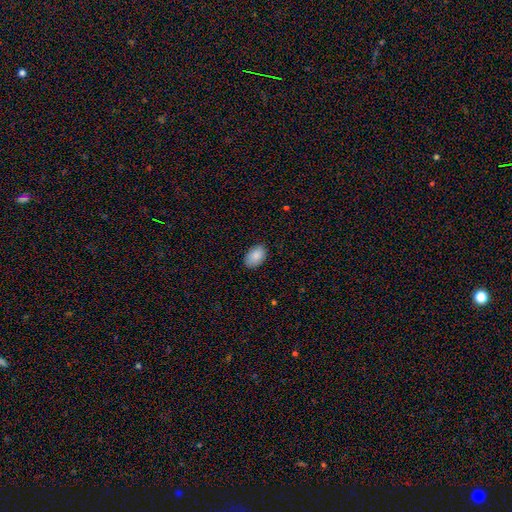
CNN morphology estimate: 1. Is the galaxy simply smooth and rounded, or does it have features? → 88% smooth, 7% star or artifact, 5% featured or disk.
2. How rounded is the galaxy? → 90% in between, 9% round, 1% cigar-shaped.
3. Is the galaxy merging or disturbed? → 84% none, 13% minor disturbance, 2% major disturbance, 1% merger.